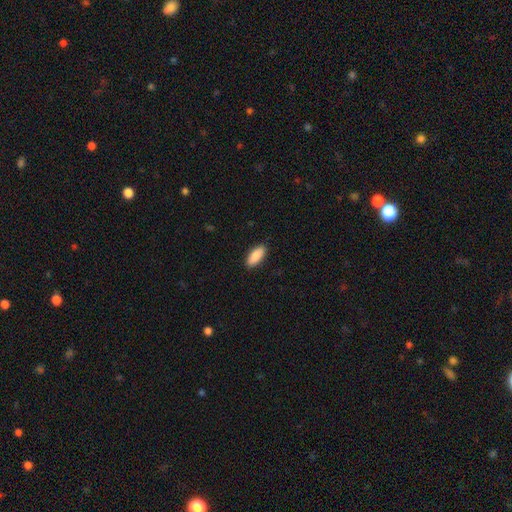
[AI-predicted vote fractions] A smooth galaxy with no disk features (90%) that is in between round and cigar-shaped (84%).

Vote fractions:
- Smooth or featured? smooth: 90% / star or artifact: 6% / featured or disk: 4%
- How rounded? in between: 84% / cigar-shaped: 14% / round: 2%
- Merging? none: 90% / minor disturbance: 7% / major disturbance: 2% / merger: 1%